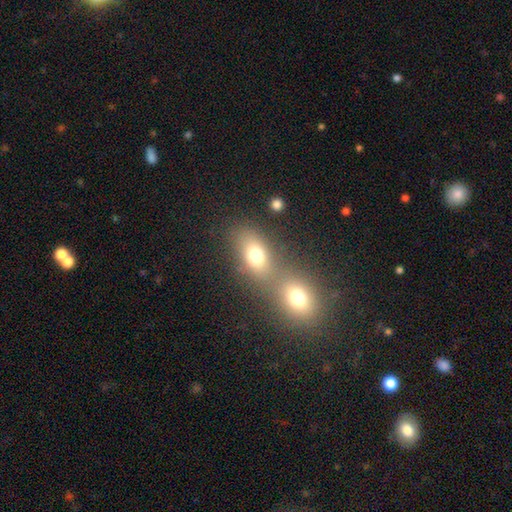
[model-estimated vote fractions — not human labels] smooth 73%, featured or disk 15%, star or artifact 13%. Down the decision tree: how rounded — in between (67%); merging — merger (49%).